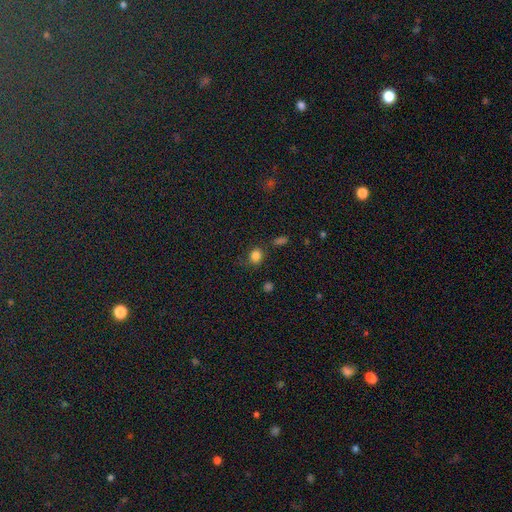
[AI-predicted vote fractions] This appears to be a smooth galaxy with no disk features (81%) that is round (67%). Merging: none (74%).